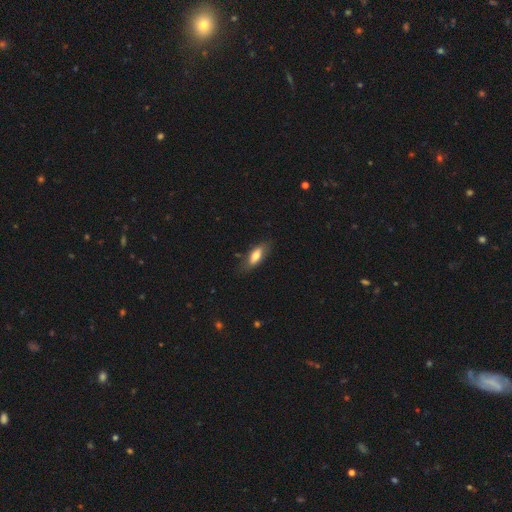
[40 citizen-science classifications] Morphology: type=smooth (68%); roundness=in between (70%); merging=none (57%).